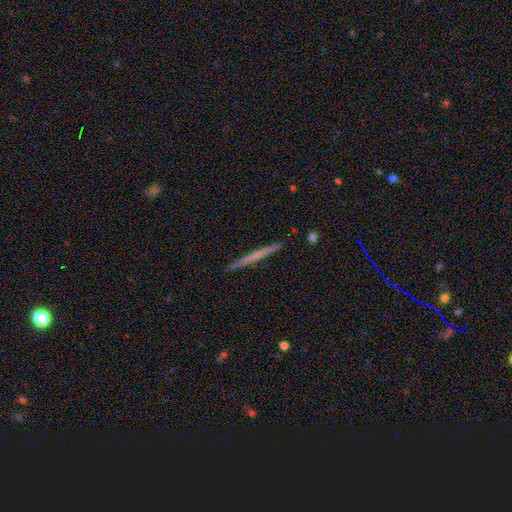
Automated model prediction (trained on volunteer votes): This is possibly a featured or disk galaxy (49%). Merging: clearly none (92%).